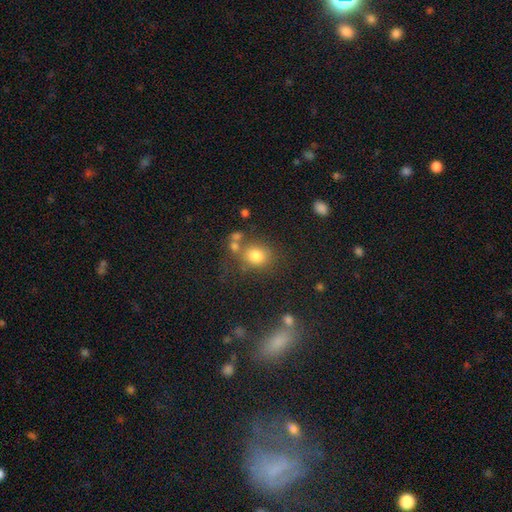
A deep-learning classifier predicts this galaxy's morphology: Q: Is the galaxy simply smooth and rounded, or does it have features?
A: smooth — 77%.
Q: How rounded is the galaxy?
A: round — 70%.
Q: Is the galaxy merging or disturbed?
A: none — 63%.